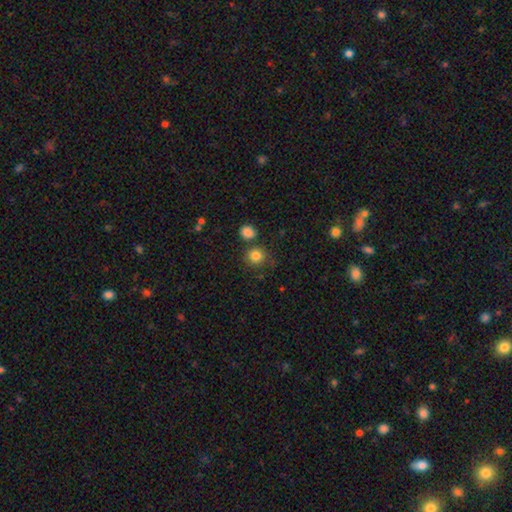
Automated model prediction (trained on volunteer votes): Smooth or featured?
  - smooth: 83% *
  - star or artifact: 11%
  - featured or disk: 6%
How rounded?
  - round: 89% *
  - in between: 10%
  - cigar-shaped: 1%
Merging?
  - none: 73% *
  - merger: 12%
  - minor disturbance: 11%
  - major disturbance: 4%